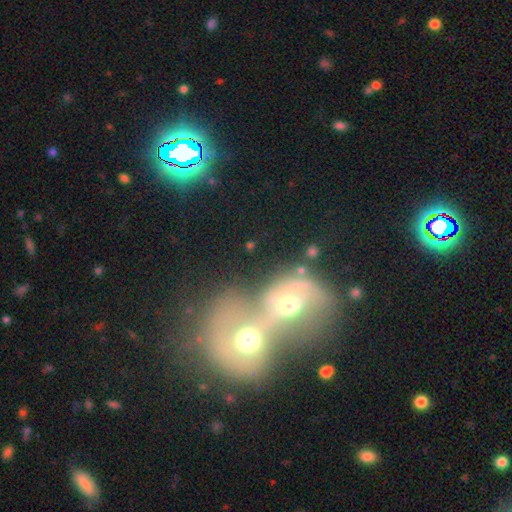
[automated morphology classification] type=featured or disk (50%); edge-on=no (94%); merging=merger (82%).